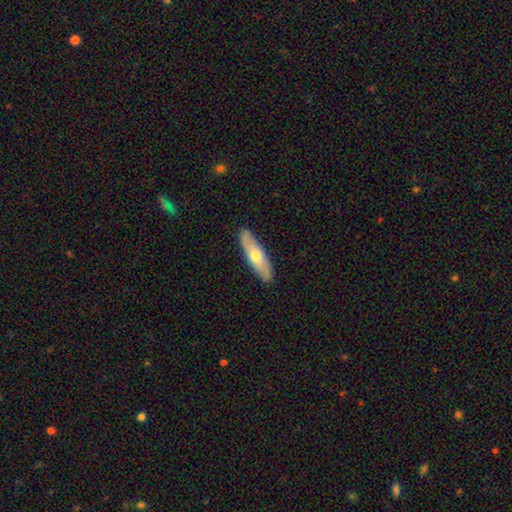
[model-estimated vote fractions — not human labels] This is possibly a smooth galaxy (56%). How rounded: likely cigar-shaped (63%). Merging: clearly none (90%).